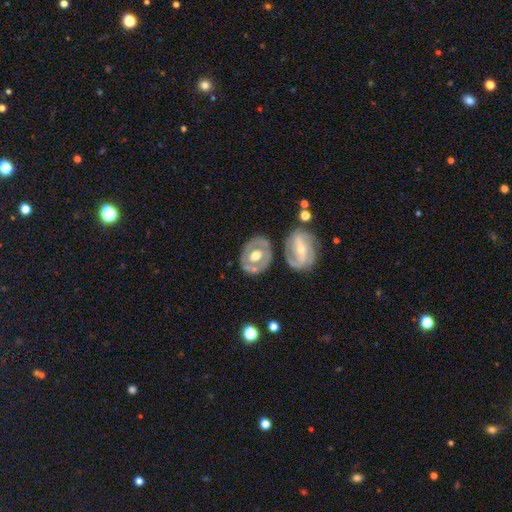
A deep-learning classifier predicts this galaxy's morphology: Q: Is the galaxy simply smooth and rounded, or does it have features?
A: featured or disk — 64%.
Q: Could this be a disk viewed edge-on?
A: no — 94%.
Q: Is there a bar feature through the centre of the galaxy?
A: no — 63%.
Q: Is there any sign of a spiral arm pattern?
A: no — 67%.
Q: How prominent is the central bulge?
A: moderate — 71%.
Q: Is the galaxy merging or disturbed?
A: none — 64%.